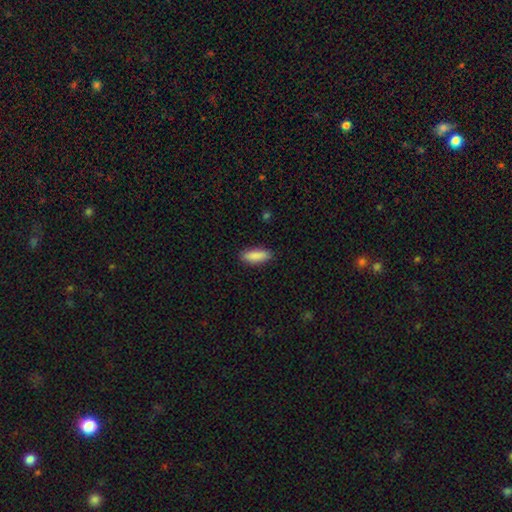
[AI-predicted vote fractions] smooth-or-featured: smooth: 88% | star or artifact: 6% | featured or disk: 6%
  how-rounded: in between: 60% | cigar-shaped: 38% | round: 2%
  merging: none: 88% | minor disturbance: 9% | major disturbance: 2% | merger: 1%